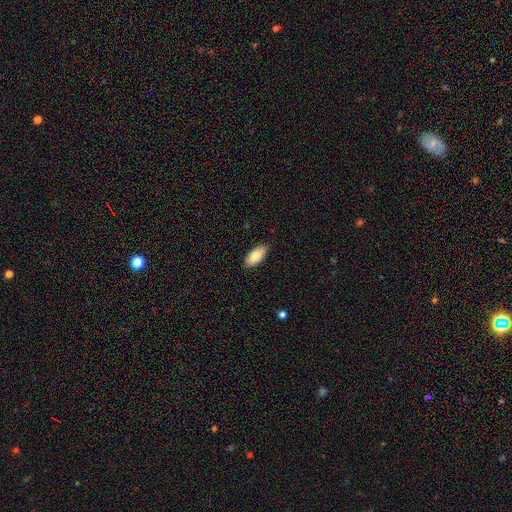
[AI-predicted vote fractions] A smooth galaxy with no disk features (81%) that is in between round and cigar-shaped (89%). Merging: none (87%).